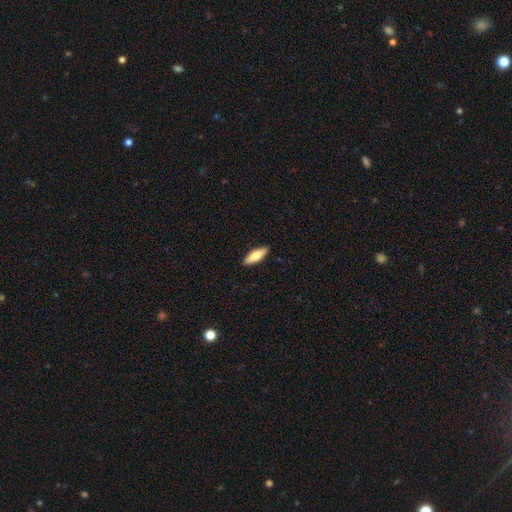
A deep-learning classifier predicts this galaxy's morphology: smooth-or-featured: smooth: 66% | featured or disk: 29% | star or artifact: 5%
  how-rounded: in between: 49% | cigar-shaped: 48% | round: 2%
  merging: none: 91% | minor disturbance: 7% | major disturbance: 1% | merger: 1%